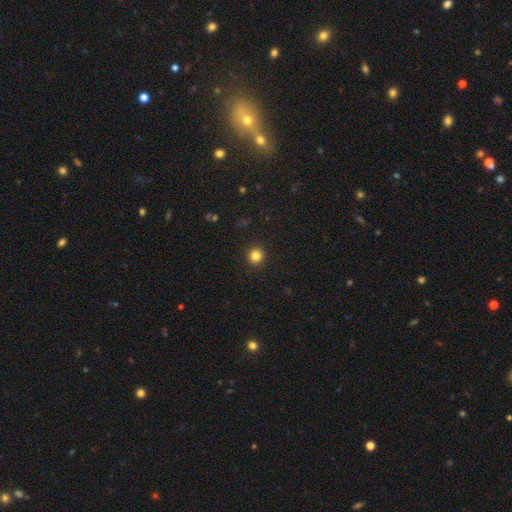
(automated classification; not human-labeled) Smooth or featured? smooth (83%)
How rounded? round (93%)
Merging? none (93%)